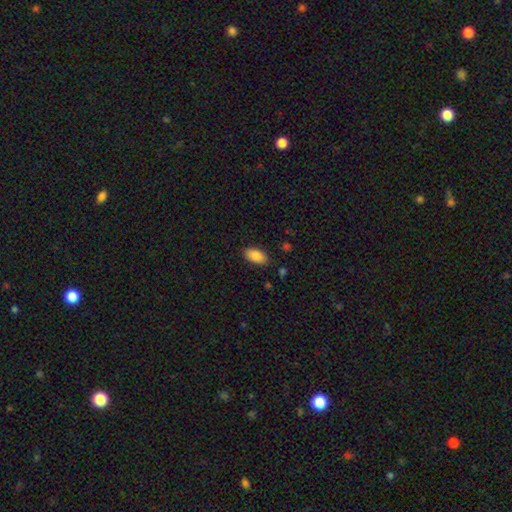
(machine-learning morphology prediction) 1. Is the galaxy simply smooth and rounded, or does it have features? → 87% smooth, 7% star or artifact, 6% featured or disk.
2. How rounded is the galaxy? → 93% in between, 4% cigar-shaped, 3% round.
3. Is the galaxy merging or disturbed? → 86% none, 10% minor disturbance, 2% major disturbance, 1% merger.